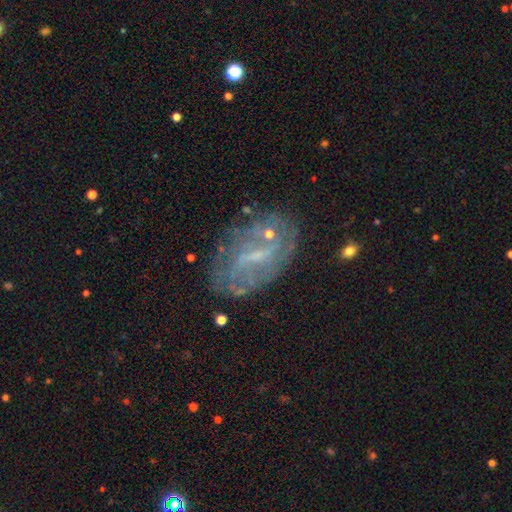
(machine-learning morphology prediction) Overall: featured or disk (69%). Edge-on disk: no (94%). Bar: weak (49%; strong 26%). Spiral arms: yes (65%; no 35%). Bulge size: small (53%; none 26%). Merging: none (64%).